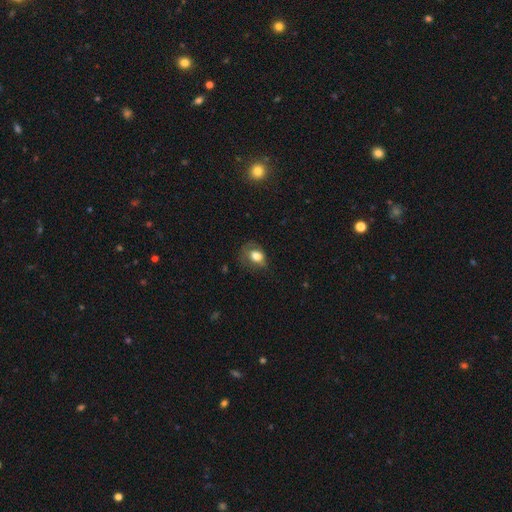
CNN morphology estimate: Smooth or featured? smooth (71%)
How rounded? in between (66%)
Merging? none (45%)